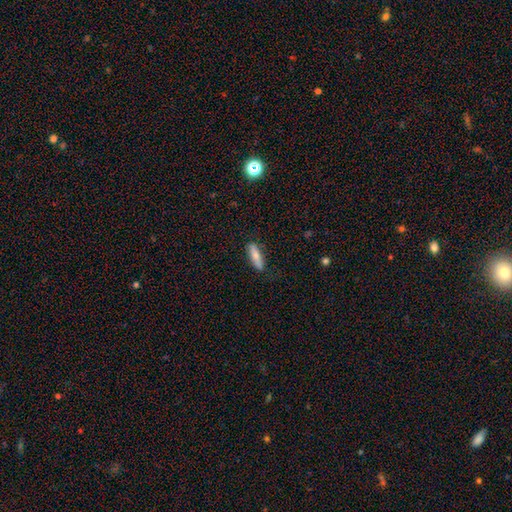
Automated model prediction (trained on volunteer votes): Smooth or featured?
  - smooth: 74% *
  - featured or disk: 20%
  - star or artifact: 6%
How rounded?
  - cigar-shaped: 61% *
  - in between: 37%
  - round: 2%
Merging?
  - none: 84% *
  - minor disturbance: 13%
  - major disturbance: 3%
  - merger: 1%